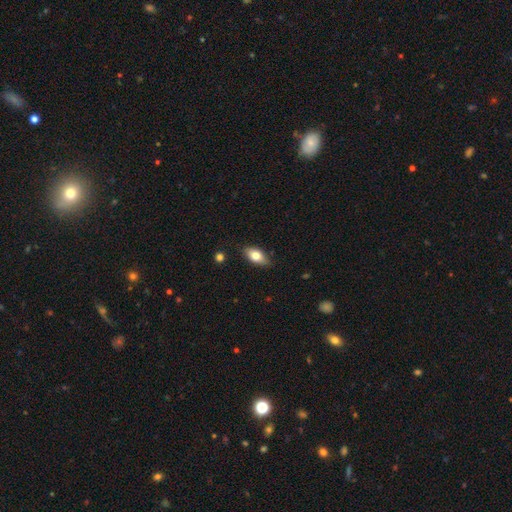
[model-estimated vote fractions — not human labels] Overall: smooth (75%). How rounded: in between (87%). Merging: none (83%).